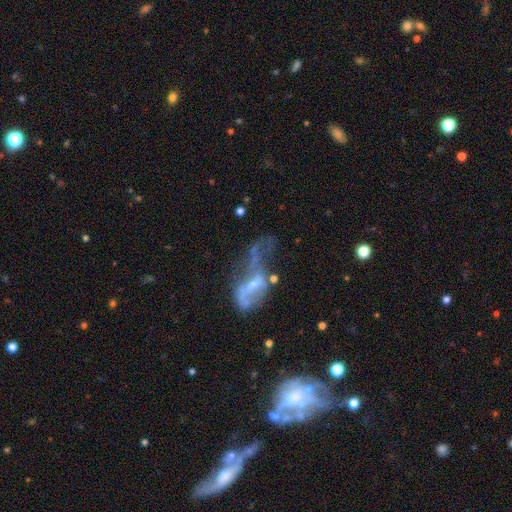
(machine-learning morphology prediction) Smooth or featured: featured or disk — 56% (smooth — 23%)
Edge-on disk: no — 88% (yes — 12%)
Merging: major disturbance — 43% (none — 23%)